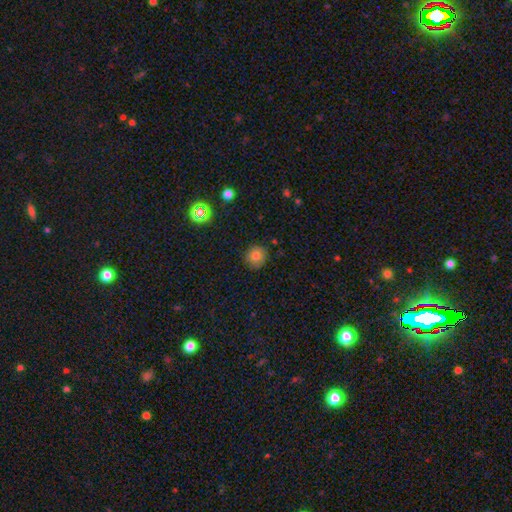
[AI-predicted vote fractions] Smooth or featured: smooth — 77% (star or artifact — 13%)
How rounded: round — 89% (in between — 10%)
Merging: none — 85% (minor disturbance — 11%)